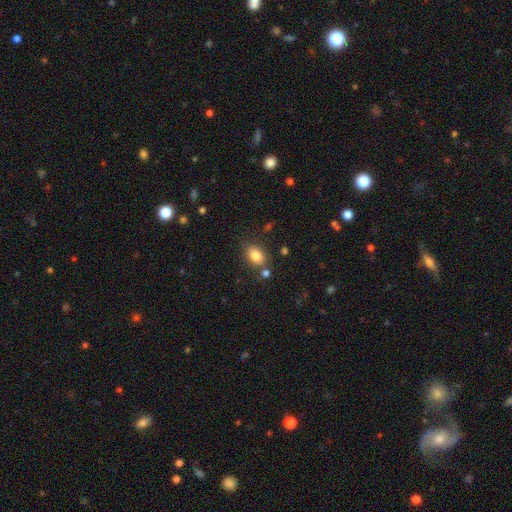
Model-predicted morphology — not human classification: This is clearly a smooth galaxy (83%). How rounded: likely in between (75%). Merging: likely none (75%).